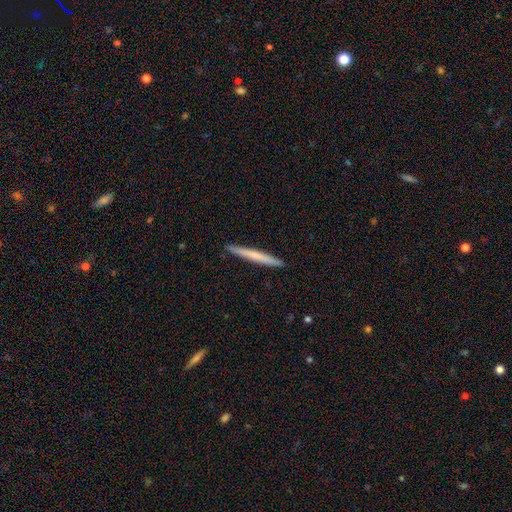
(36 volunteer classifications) Volunteers were most divided on "smooth or featured": featured or disk: 53%, smooth: 44%, star or artifact: 3%. More confident: edge-on disk — yes (100%); merging — none (89%); edge-on bulge — none (79%).